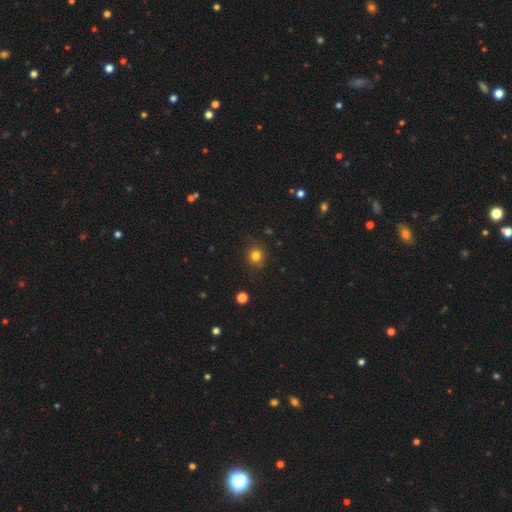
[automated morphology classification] The model was most divided on "smooth or featured": smooth: 80%, star or artifact: 14%, featured or disk: 6%. More confident: how rounded — round (85%); merging — none (81%).